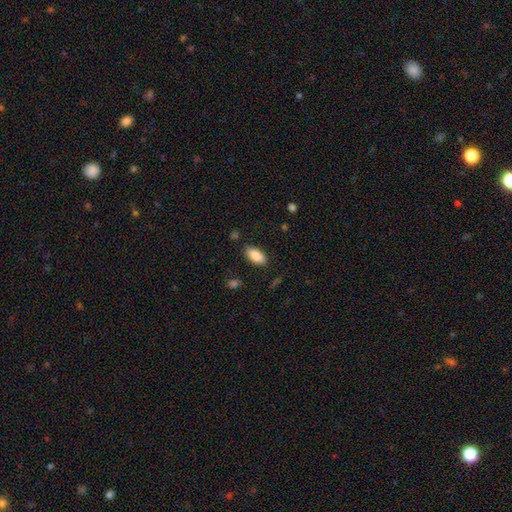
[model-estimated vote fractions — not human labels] smooth 88%, star or artifact 7%, featured or disk 5%. Down the decision tree: how rounded — in between (92%); merging — none (86%).